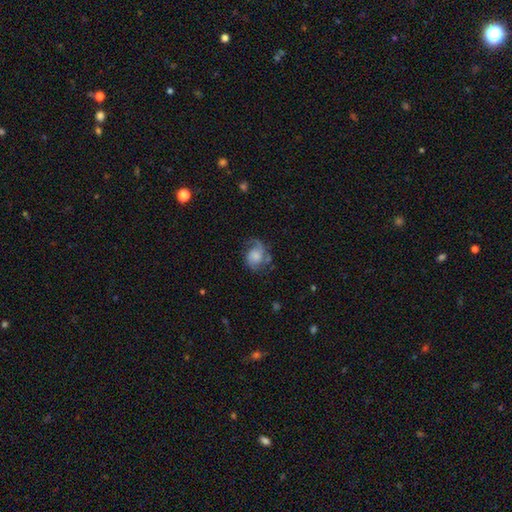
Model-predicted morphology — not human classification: smooth-or-featured: featured or disk: 66% | smooth: 27% | star or artifact: 8%
  disk-edge-on: no: 98% | yes: 2%
    bar: no: 70% | weak: 26% | strong: 4%
    has-spiral-arms: yes: 91% | no: 9%
      spiral-winding: medium: 42% | loose: 38% | tight: 20%
      spiral-arm-count: 2: 53% | 1: 32% | can't tell: 8% | 3: 4% | 4: 1% | more than 4: 1%
    bulge-size: moderate: 32% | small: 24% | large: 21% | none: 19% | dominant: 4%
  merging: none: 52% | minor disturbance: 24% | major disturbance: 22% | merger: 3%